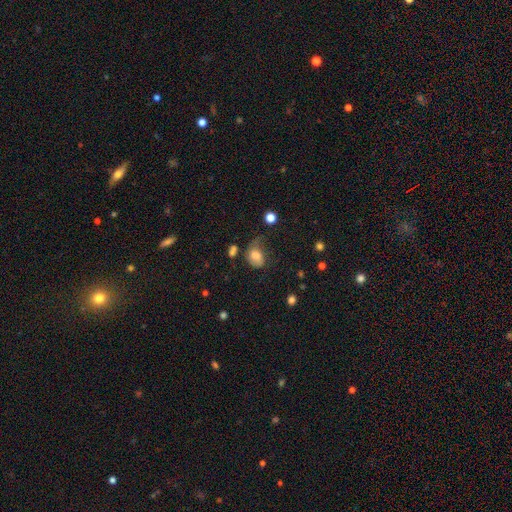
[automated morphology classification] smooth-or-featured: smooth: 71% | featured or disk: 19% | star or artifact: 10%
  how-rounded: in between: 64% | round: 34% | cigar-shaped: 1%
  merging: major disturbance: 33% | minor disturbance: 32% | none: 30% | merger: 5%